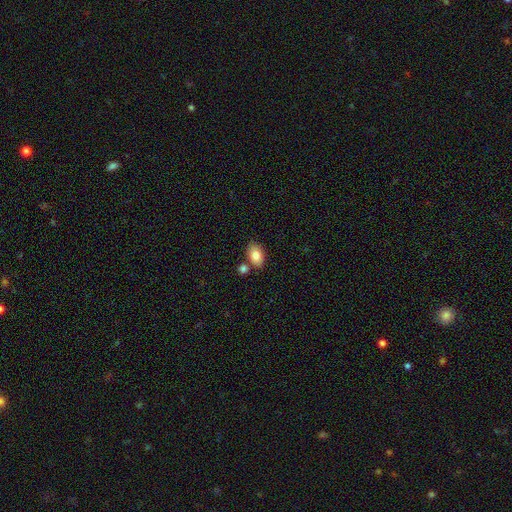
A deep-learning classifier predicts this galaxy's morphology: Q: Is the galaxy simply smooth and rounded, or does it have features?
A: smooth — 83%.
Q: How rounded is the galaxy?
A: in between — 89%.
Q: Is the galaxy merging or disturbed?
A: none — 72%.